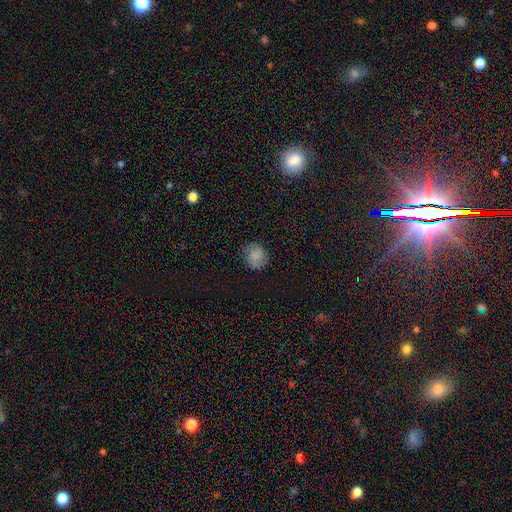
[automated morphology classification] Q: Smooth or featured?
A: smooth (84%); runner-up: star or artifact (10%)
Q: How rounded?
A: round (81%); runner-up: in between (18%)
Q: Merging?
A: none (79%); runner-up: minor disturbance (16%)